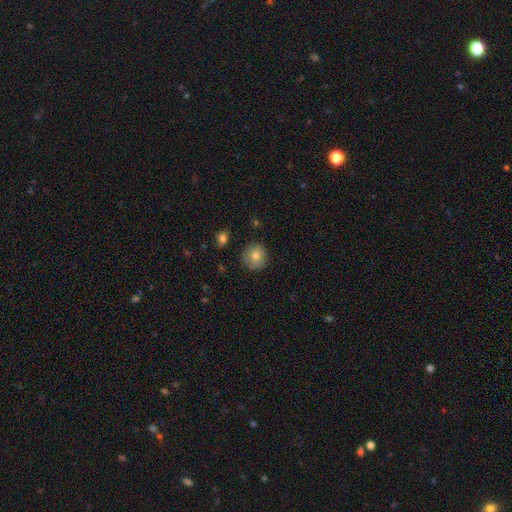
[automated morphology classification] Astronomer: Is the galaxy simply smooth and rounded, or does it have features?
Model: smooth — 76%.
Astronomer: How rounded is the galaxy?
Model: round — 92%.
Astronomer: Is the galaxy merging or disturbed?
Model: none — 84%.